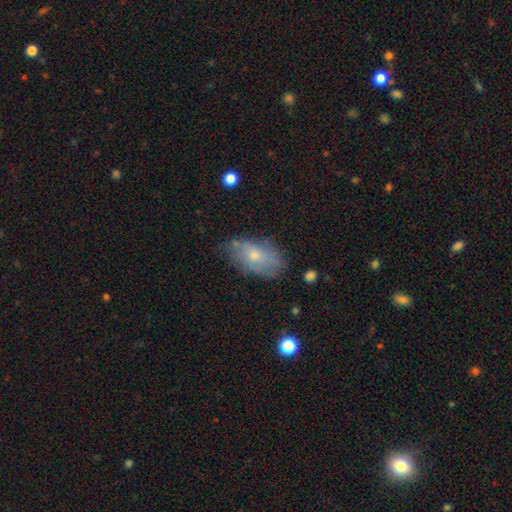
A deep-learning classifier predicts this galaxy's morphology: smooth 54%, featured or disk 38%, star or artifact 8%. Down the decision tree: how rounded — in between (91%); merging — none (60%).